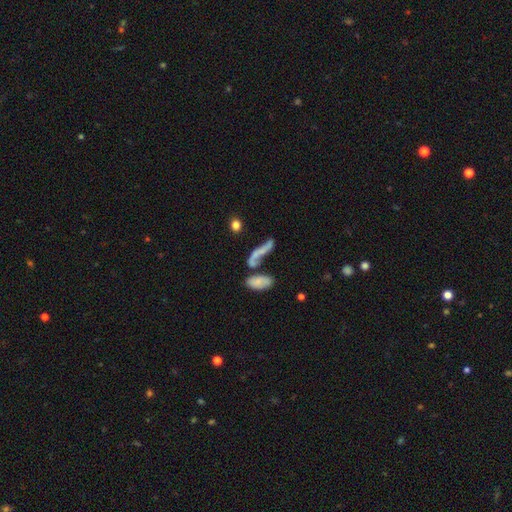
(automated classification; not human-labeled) Smooth or featured? Predicted: smooth (p=0.47). Merging? Predicted: merger (p=0.41).